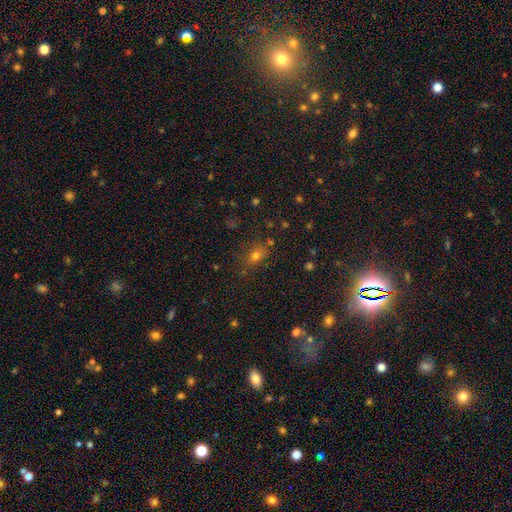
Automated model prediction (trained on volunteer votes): smooth_or_featured: smooth (p=0.71) [alt: star or artifact p=0.19]
how_rounded: in between (p=0.61) [alt: round p=0.35]
merging: none (p=0.72) [alt: minor disturbance p=0.17]